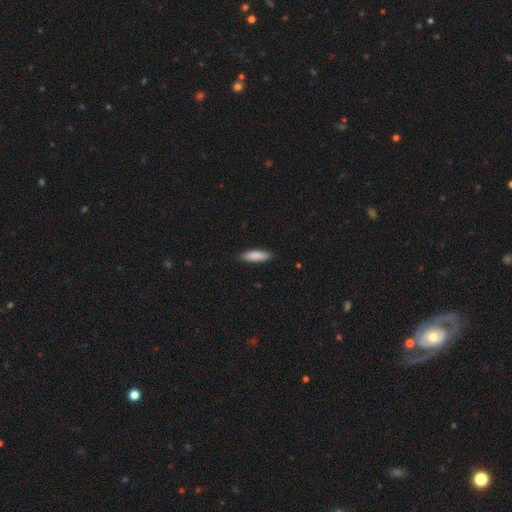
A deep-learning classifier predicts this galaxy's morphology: smooth-or-featured: smooth: 87% | featured or disk: 7% | star or artifact: 6%
  how-rounded: cigar-shaped: 57% | in between: 41% | round: 1%
  merging: none: 87% | minor disturbance: 10% | major disturbance: 2% | merger: 1%